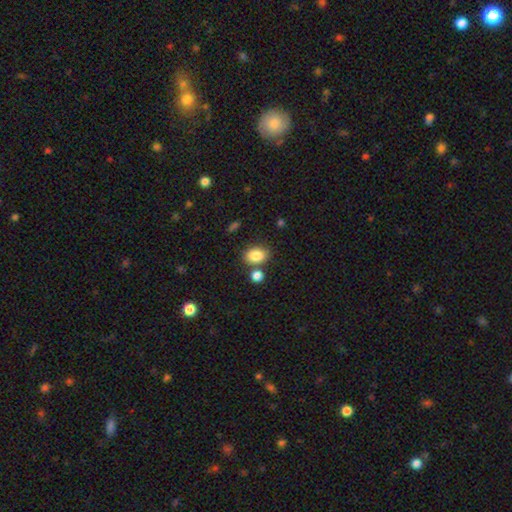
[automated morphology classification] type=smooth (85%); roundness=in between (72%); merging=none (67%).